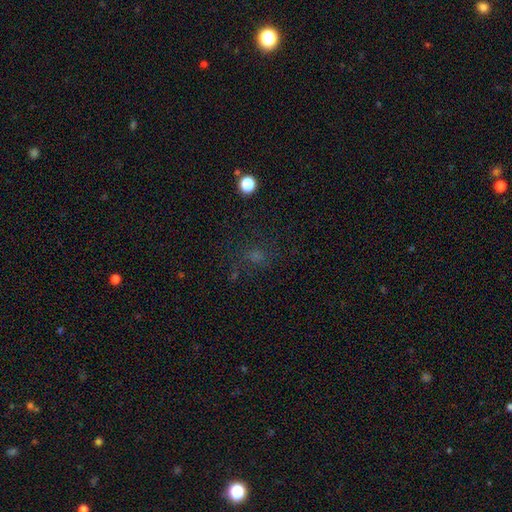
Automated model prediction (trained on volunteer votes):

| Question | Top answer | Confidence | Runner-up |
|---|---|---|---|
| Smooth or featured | smooth | 45% | star or artifact (39%) |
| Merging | none | 68% | minor disturbance (15%) |